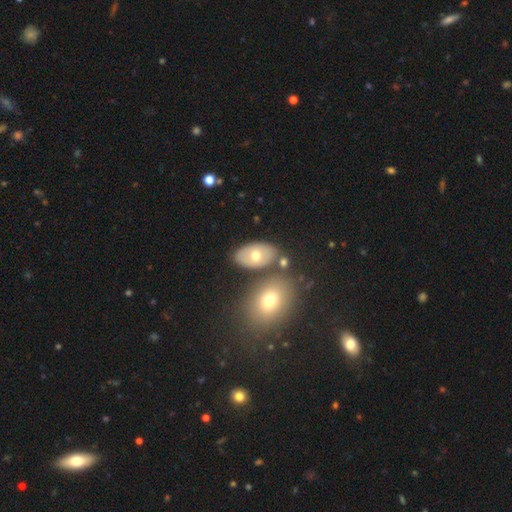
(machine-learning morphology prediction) This appears to be a smooth galaxy with no disk features (61%) that is in between round and cigar-shaped (90%). Merging: none (73%).